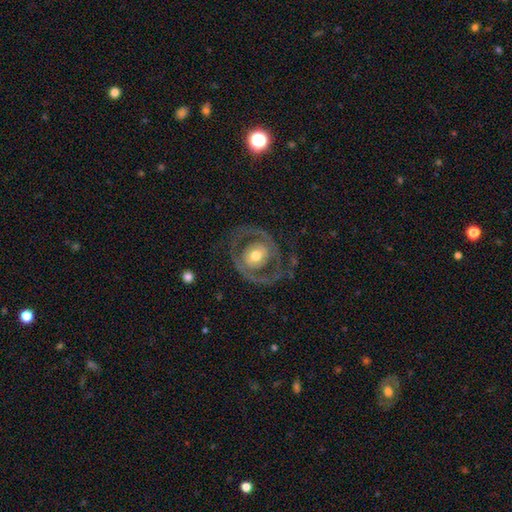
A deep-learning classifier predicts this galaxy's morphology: A featured or disk galaxy (75%) with no bar (64%), spiral arms (57%) and a moderate central bulge (71%). Merging: none (69%).